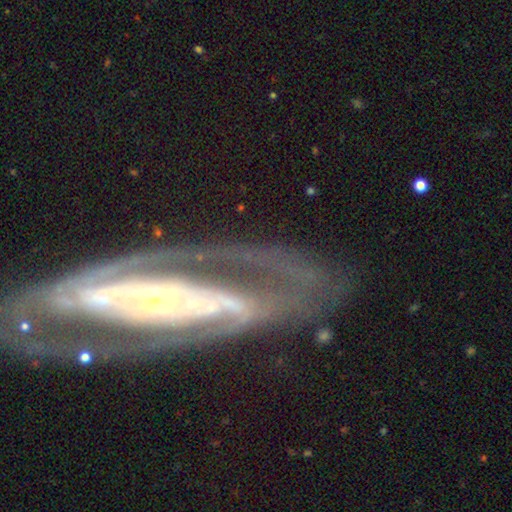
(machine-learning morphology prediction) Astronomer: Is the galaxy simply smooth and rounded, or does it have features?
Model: featured or disk — 86%.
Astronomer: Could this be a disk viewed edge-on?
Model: no — 89%.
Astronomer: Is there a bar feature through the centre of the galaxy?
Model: strong — 40% (runner-up: no, 34%).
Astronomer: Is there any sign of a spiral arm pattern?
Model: yes — 90%.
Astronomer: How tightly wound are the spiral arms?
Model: medium — 43% (runner-up: tight, 40%).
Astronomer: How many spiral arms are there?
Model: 2 — 74%.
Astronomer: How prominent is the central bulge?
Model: small — 59%.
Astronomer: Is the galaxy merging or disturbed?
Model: none — 62%.